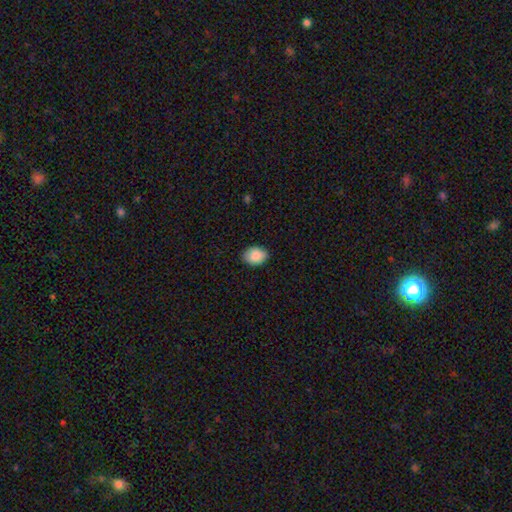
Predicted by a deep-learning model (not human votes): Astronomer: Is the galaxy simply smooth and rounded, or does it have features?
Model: smooth — 89%.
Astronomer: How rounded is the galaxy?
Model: in between — 76%.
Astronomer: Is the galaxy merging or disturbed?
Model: none — 86%.